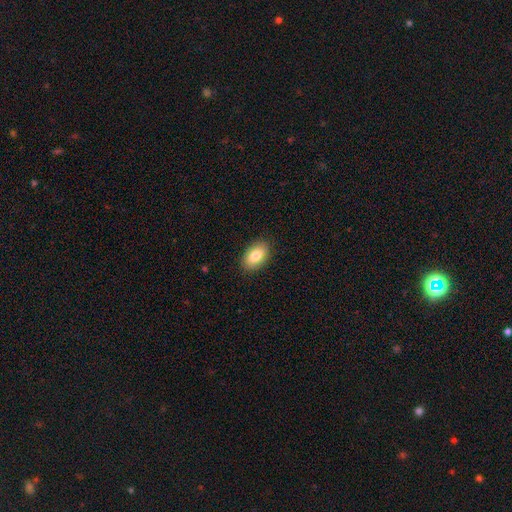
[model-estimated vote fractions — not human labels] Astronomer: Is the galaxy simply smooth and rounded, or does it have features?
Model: smooth — 81%.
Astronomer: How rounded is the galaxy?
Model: in between — 90%.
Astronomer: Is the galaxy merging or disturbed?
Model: none — 89%.